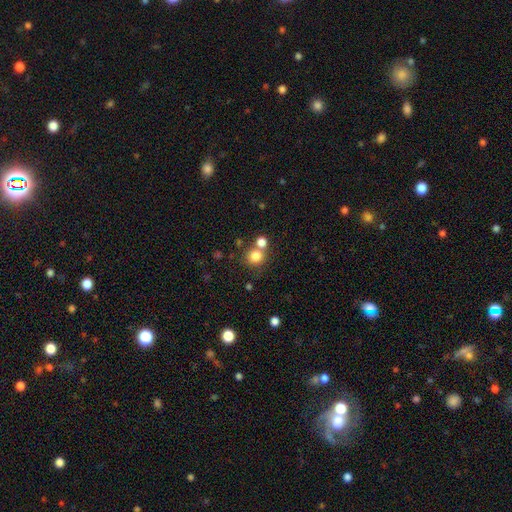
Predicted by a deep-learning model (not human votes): Smooth or featured? smooth (80%)
How rounded? round (87%)
Merging? none (60%)